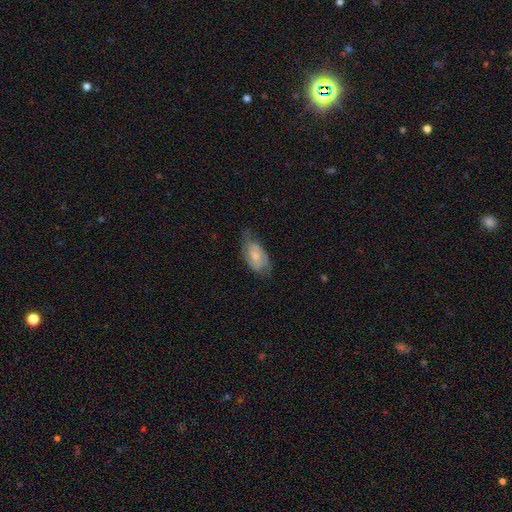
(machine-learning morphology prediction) A featured or disk galaxy (50%).

Vote fractions:
- Smooth or featured? featured or disk: 50% / smooth: 43% / star or artifact: 7%
- Merging? none: 56% / minor disturbance: 31% / major disturbance: 11% / merger: 1%